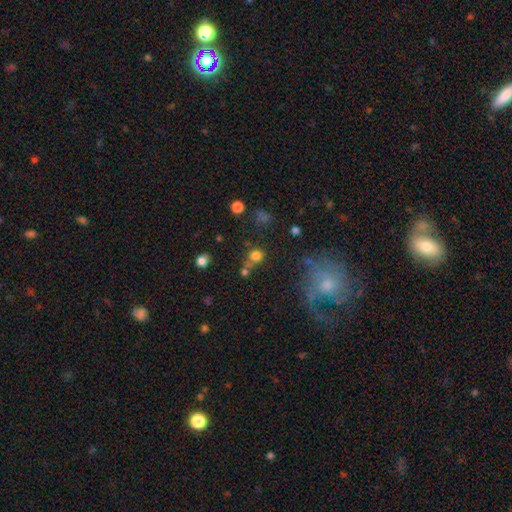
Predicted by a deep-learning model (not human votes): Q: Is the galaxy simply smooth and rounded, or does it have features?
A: smooth — 74%.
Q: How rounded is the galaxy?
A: round — 87%.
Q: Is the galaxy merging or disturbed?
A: none — 60%.